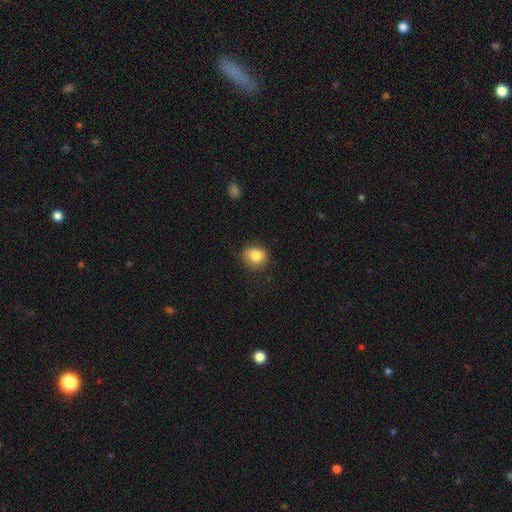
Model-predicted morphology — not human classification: Smooth or featured: smooth — 83% (star or artifact — 9%)
How rounded: round — 75% (in between — 24%)
Merging: none — 82% (minor disturbance — 13%)